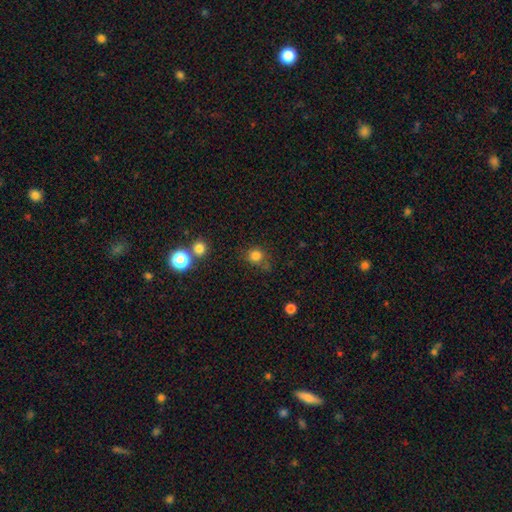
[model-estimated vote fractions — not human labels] Smooth or featured? Predicted: smooth (p=0.80). How rounded? Predicted: round (p=0.85). Merging? Predicted: none (p=0.72).